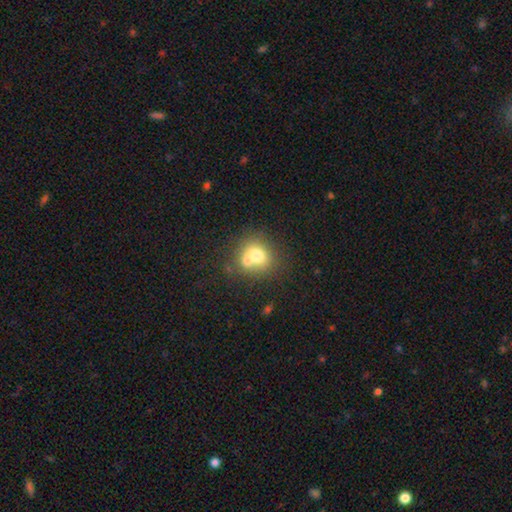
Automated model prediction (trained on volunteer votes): Smooth or featured? smooth (70%)
How rounded? round (68%)
Merging? merger (47%)